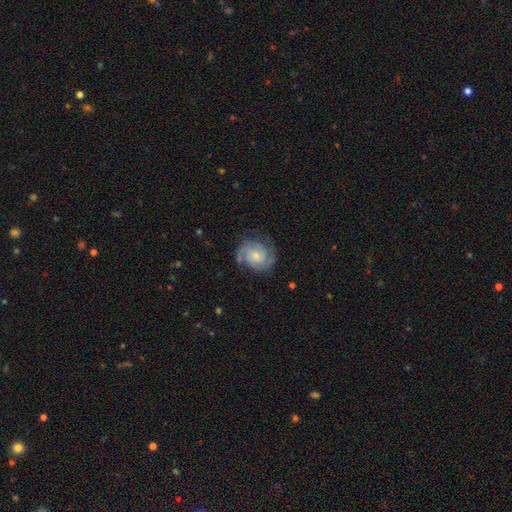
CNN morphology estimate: This is clearly a featured or disk galaxy (82%). It is clearly not viewed edge-on (98%). Bar: possibly no (55%). Spiral arm pattern: clearly yes (97%). Spiral arm count: likely 2 (60%). Spiral winding: possibly tight (56%). Central bulge: possibly small (50%). Merging: likely none (75%).